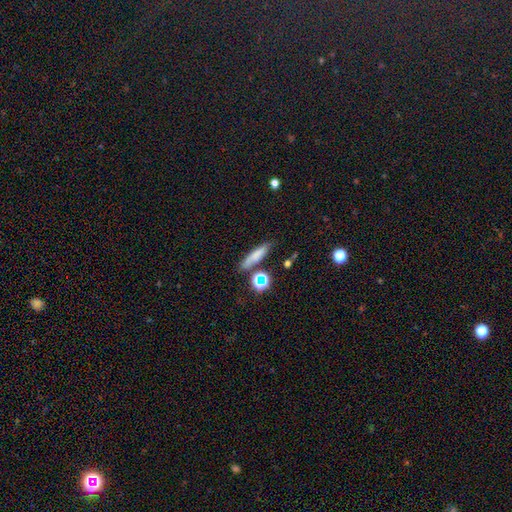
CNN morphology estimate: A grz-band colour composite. It shows a smooth galaxy with no disk features (69%) that is cigar-shaped (70%). Merging: none (70%).